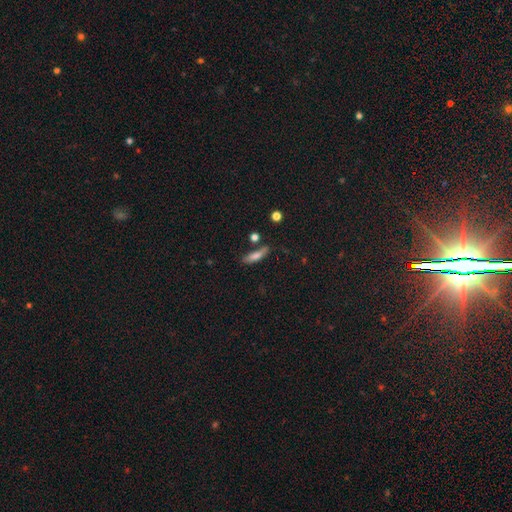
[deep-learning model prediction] Morphology: type=smooth (73%); roundness=cigar-shaped (67%); merging=none (65%).